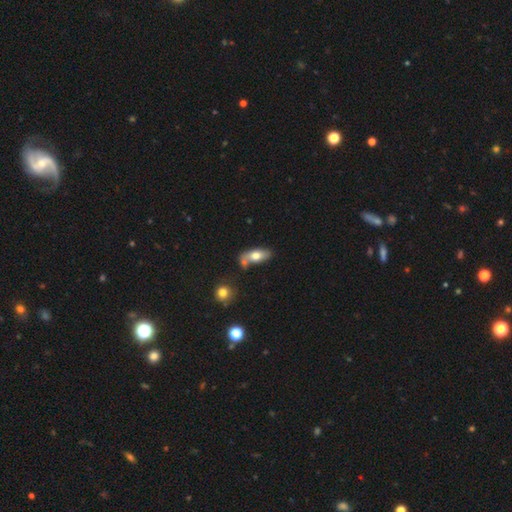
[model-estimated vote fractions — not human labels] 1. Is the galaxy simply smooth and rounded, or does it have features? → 68% smooth, 25% featured or disk, 7% star or artifact.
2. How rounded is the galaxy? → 83% in between, 13% cigar-shaped, 5% round.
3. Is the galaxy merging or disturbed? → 49% none, 25% merger, 18% minor disturbance, 7% major disturbance.